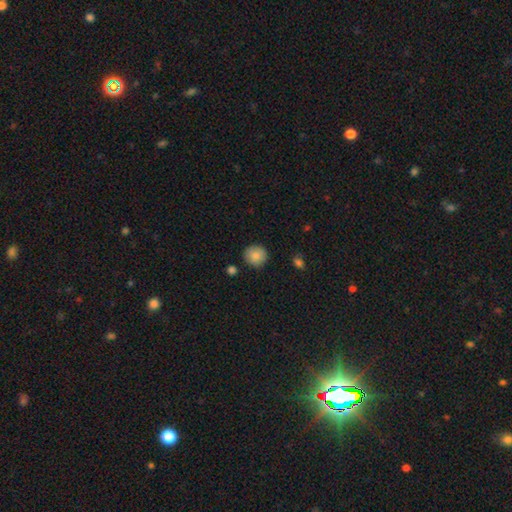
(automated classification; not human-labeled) Smooth or featured? Predicted: smooth (p=0.85). How rounded? Predicted: round (p=0.93). Merging? Predicted: none (p=0.87).